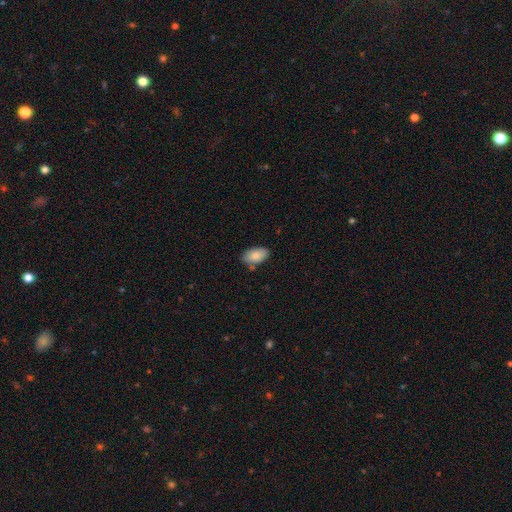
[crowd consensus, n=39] smooth_or_featured: smooth (p=0.82) [alt: featured or disk p=0.13]
how_rounded: in between (p=0.94) [alt: round p=0.03]
merging: none (p=0.73) [alt: minor disturbance p=0.11]